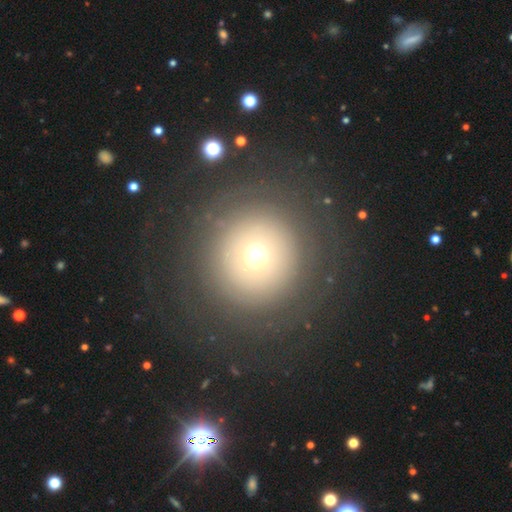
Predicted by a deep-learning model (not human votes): smooth_or_featured: smooth (p=0.62) [alt: featured or disk p=0.22]
how_rounded: round (p=0.96) [alt: in between p=0.03]
merging: none (p=0.84) [alt: minor disturbance p=0.07]